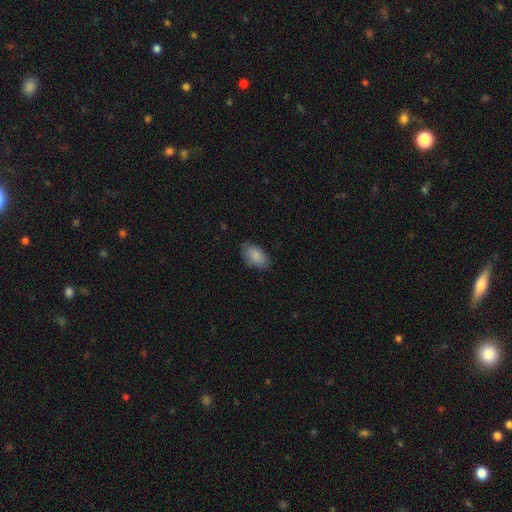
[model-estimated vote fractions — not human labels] Smooth or featured: smooth — 88% (star or artifact — 6%)
How rounded: in between — 94% (round — 4%)
Merging: none — 78% (minor disturbance — 17%)